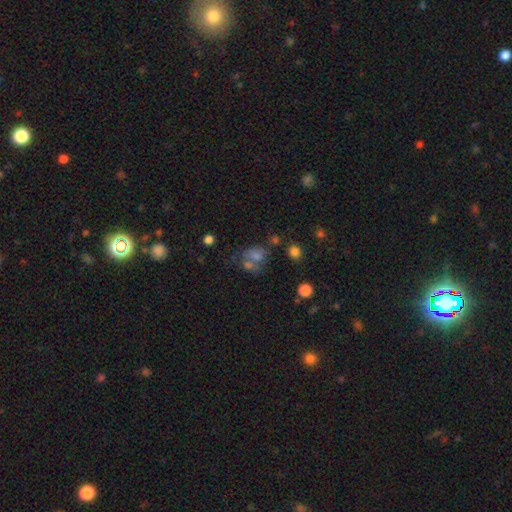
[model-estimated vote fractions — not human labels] Smooth or featured? smooth (53%)
How rounded? in between (53%)
Merging? merger (38%)